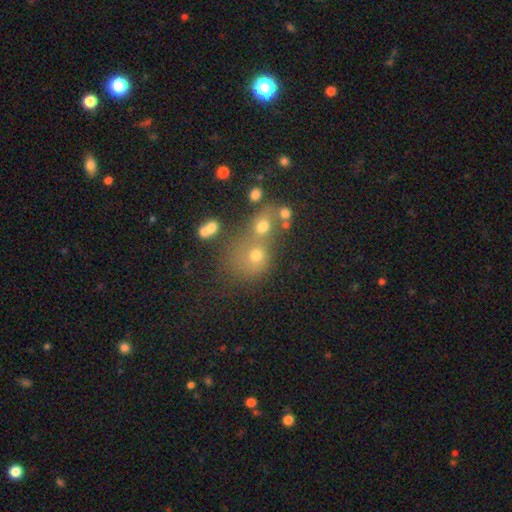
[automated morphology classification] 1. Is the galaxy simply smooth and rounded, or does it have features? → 65% smooth, 19% star or artifact, 16% featured or disk.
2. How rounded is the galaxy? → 75% round, 23% in between, 1% cigar-shaped.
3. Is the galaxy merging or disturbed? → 46% merger, 37% none, 9% minor disturbance, 7% major disturbance.